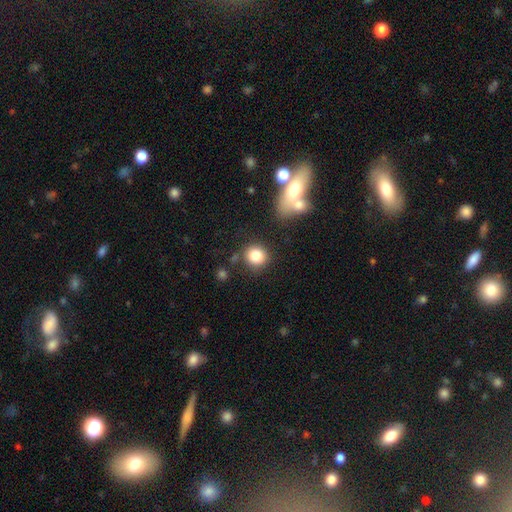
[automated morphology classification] A smooth galaxy with no disk features (83%) that is round (87%). Merging: none (79%).